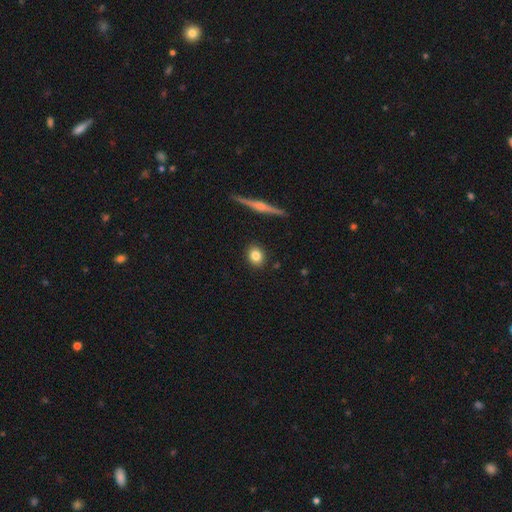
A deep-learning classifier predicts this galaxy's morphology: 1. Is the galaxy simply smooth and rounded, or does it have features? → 81% smooth, 11% featured or disk, 9% star or artifact.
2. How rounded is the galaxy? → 63% round, 34% in between, 3% cigar-shaped.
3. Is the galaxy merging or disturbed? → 89% none, 7% minor disturbance, 2% major disturbance, 2% merger.